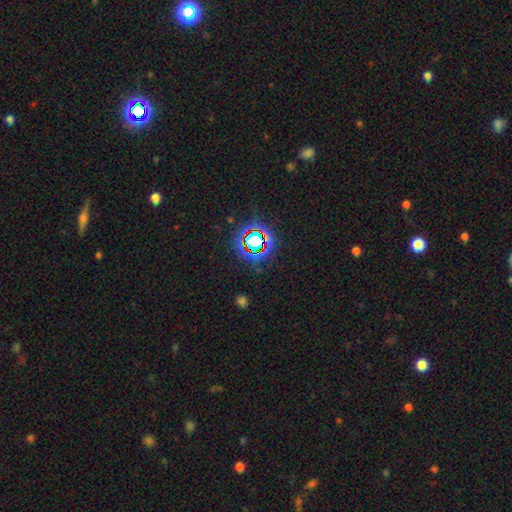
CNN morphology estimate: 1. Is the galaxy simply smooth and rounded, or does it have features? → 77% star or artifact, 14% smooth, 9% featured or disk.